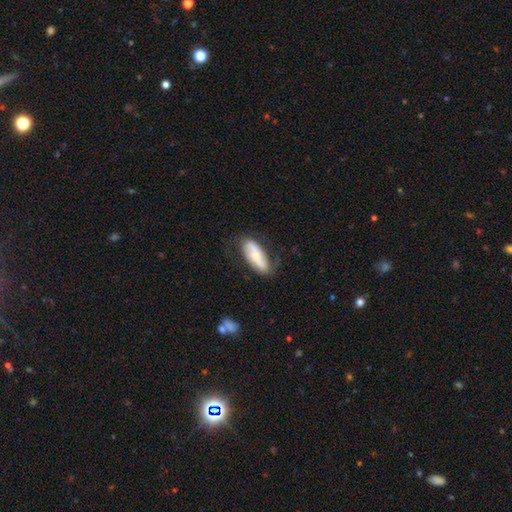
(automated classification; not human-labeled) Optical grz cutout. It shows a featured or disk galaxy (54%). Merging: none (72%).